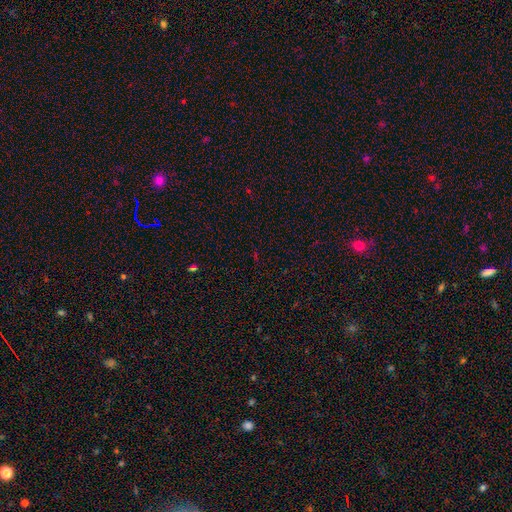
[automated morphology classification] A star or artifact, not a galaxy (67%).